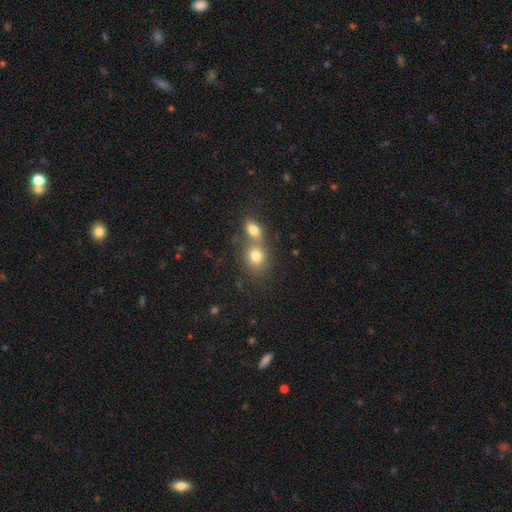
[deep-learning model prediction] Smooth or featured: smooth — 78% (featured or disk — 12%)
How rounded: round — 51% (in between — 48%)
Merging: merger — 53% (none — 36%)